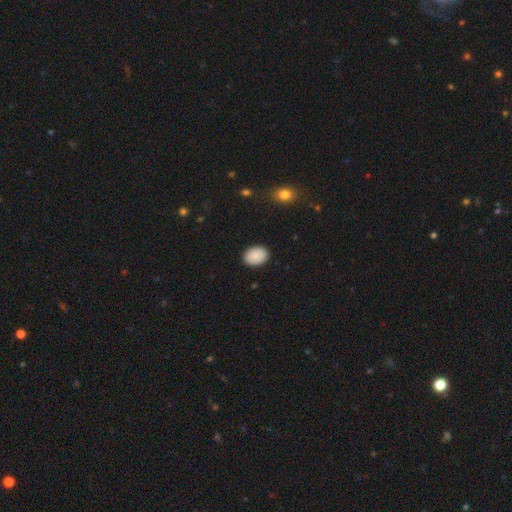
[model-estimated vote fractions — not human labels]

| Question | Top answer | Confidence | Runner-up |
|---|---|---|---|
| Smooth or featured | smooth | 89% | star or artifact (7%) |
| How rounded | in between | 78% | round (21%) |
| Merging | none | 89% | minor disturbance (8%) |